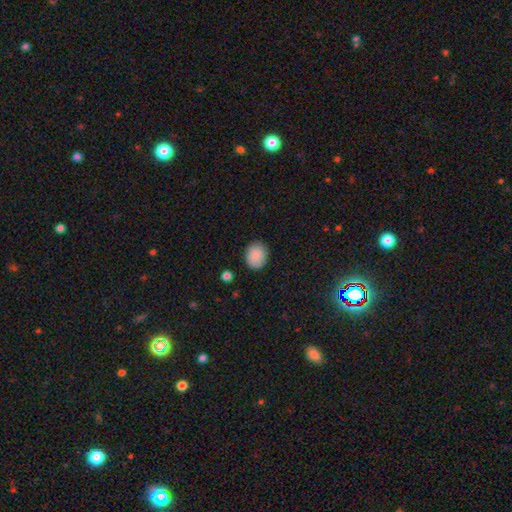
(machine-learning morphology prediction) A smooth galaxy with no disk features (88%) that is round (55%). Merging: none (87%).